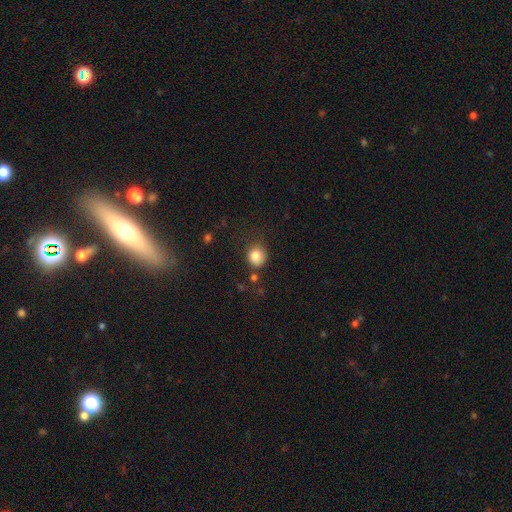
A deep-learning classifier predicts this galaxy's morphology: type=smooth (83%); roundness=round (78%); merging=none (68%).